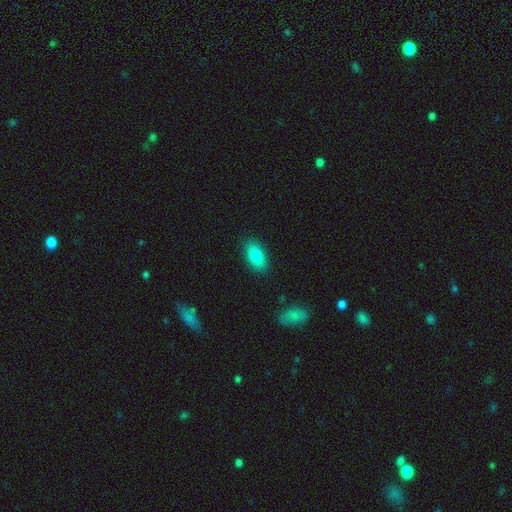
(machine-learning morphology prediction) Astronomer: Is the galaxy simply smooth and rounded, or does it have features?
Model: smooth — 84%.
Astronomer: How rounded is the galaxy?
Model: in between — 90%.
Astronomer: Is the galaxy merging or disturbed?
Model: none — 87%.